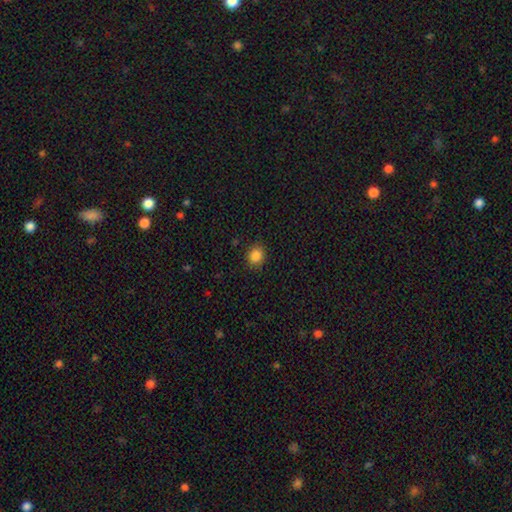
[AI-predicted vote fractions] smooth 86%, star or artifact 11%, featured or disk 4%. Down the decision tree: how rounded — round (71%); merging — none (88%).